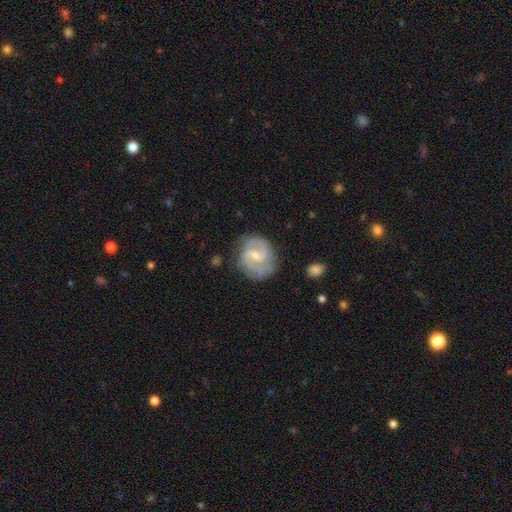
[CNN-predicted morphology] Smooth or featured? Predicted: featured or disk (p=0.84). Edge-on disk? Predicted: no (p=0.98). Bar? Predicted: weak (p=0.60). Spiral arms? Predicted: yes (p=0.96). Spiral winding? Predicted: medium (p=0.52). Spiral arm count? Predicted: 2 (p=0.84). Bulge size? Predicted: small (p=0.58). Merging? Predicted: none (p=0.73).